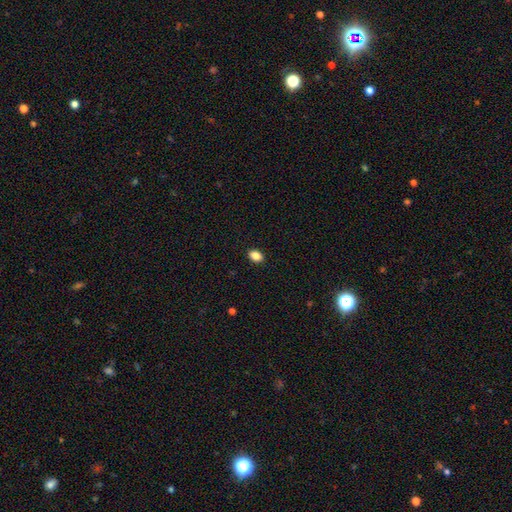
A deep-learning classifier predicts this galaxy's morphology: The model was most divided on "how rounded": in between: 79%, round: 19%, cigar-shaped: 1%. More confident: merging — none (90%); smooth or featured — smooth (86%).